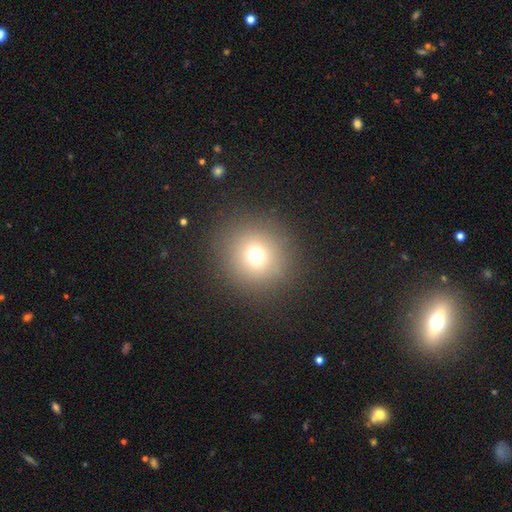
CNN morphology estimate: smooth_or_featured: smooth (p=0.69) [alt: star or artifact p=0.21]
how_rounded: round (p=0.94) [alt: in between p=0.06]
merging: none (p=0.89) [alt: minor disturbance p=0.06]